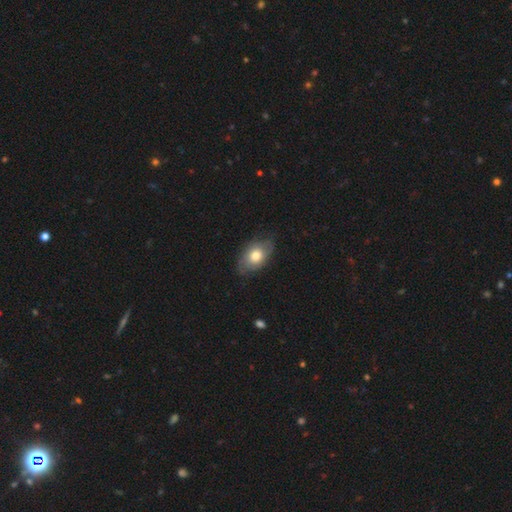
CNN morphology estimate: smooth 65%, featured or disk 29%, star or artifact 6%. Down the decision tree: how rounded — in between (85%); merging — none (69%).